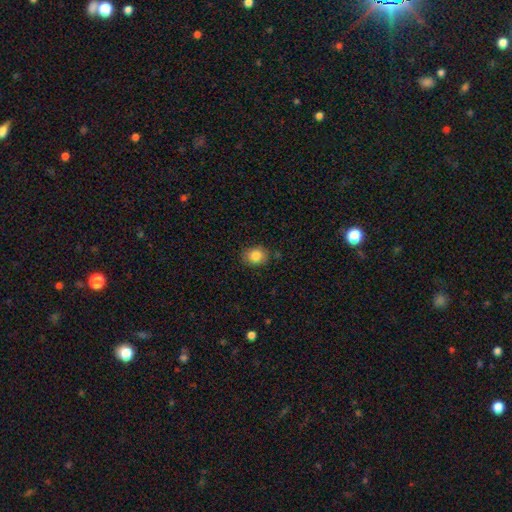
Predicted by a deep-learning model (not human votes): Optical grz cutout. It shows a smooth galaxy with no disk features (85%) that is round (56%). Merging: none (85%).